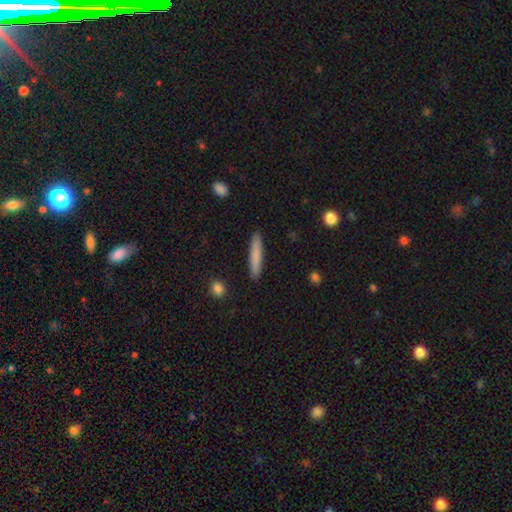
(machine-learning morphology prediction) Smooth or featured: smooth — 79% (featured or disk — 15%)
How rounded: cigar-shaped — 93% (in between — 6%)
Merging: none — 91% (minor disturbance — 6%)